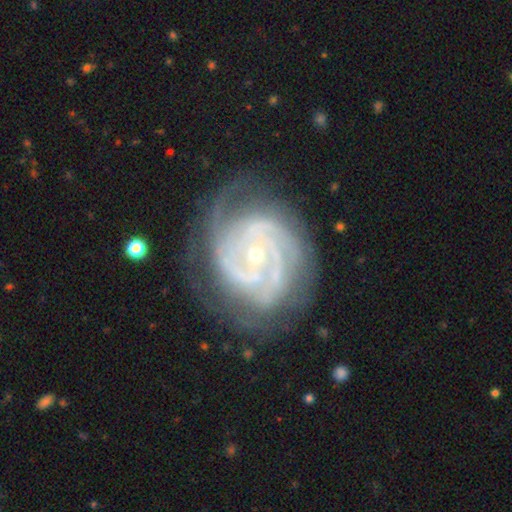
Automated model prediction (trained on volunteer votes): smooth-or-featured: featured or disk: 90% | star or artifact: 5% | smooth: 4%
  disk-edge-on: no: 98% | yes: 2%
    bar: no: 69% | weak: 23% | strong: 8%
    has-spiral-arms: yes: 98% | no: 2%
      spiral-winding: tight: 69% | medium: 27% | loose: 4%
      spiral-arm-count: 3: 34% | 2: 22% | can't tell: 17% | 4: 16% | more than 4: 7% | 1: 6%
    bulge-size: small: 74% | moderate: 23% | large: 1% | none: 1% | dominant: 1%
  merging: none: 70% | minor disturbance: 19% | major disturbance: 9% | merger: 2%